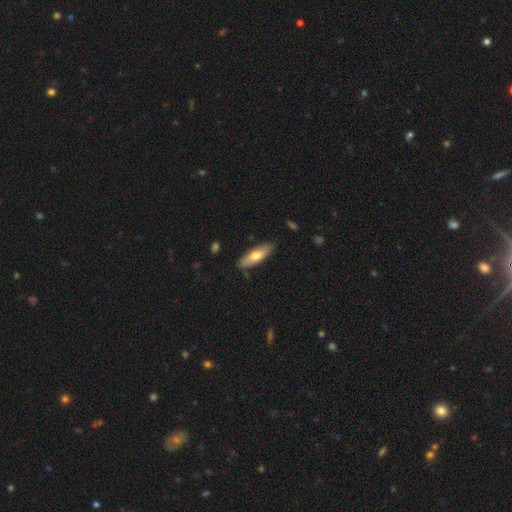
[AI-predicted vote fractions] Smooth or featured? smooth (66%)
How rounded? in between (56%)
Merging? none (85%)